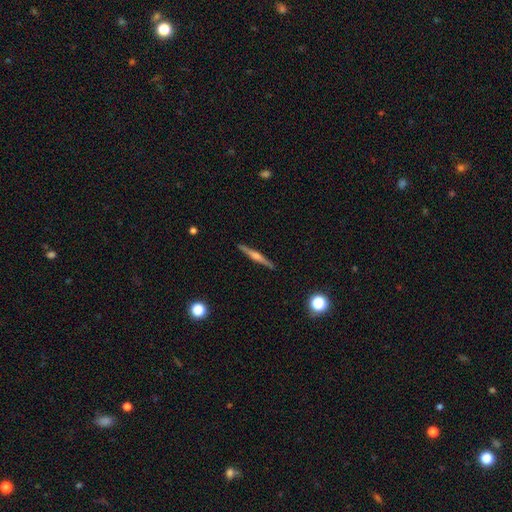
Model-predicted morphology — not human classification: This appears to be a featured or disk galaxy (76%) viewed edge-on (98%) with a rounded central bulge (83%). Merging: none (92%).